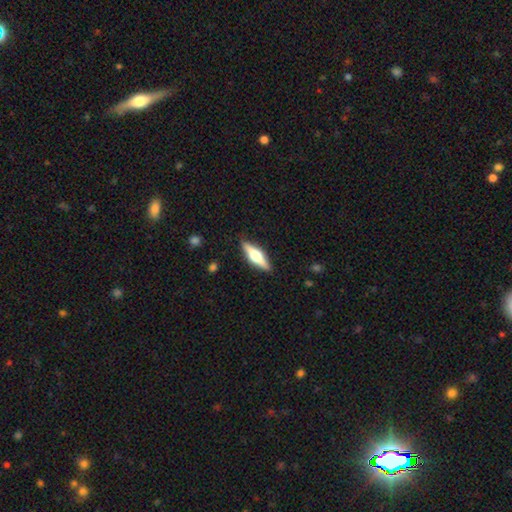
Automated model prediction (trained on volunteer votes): Smooth or featured?
  - featured or disk: 59% *
  - smooth: 35%
  - star or artifact: 6%
Edge-on disk?
  - yes: 96% *
  - no: 4%
Edge-on bulge?
  - rounded: 94% *
  - boxy: 5%
  - none: 2%
Merging?
  - none: 89% *
  - minor disturbance: 8%
  - major disturbance: 2%
  - merger: 1%